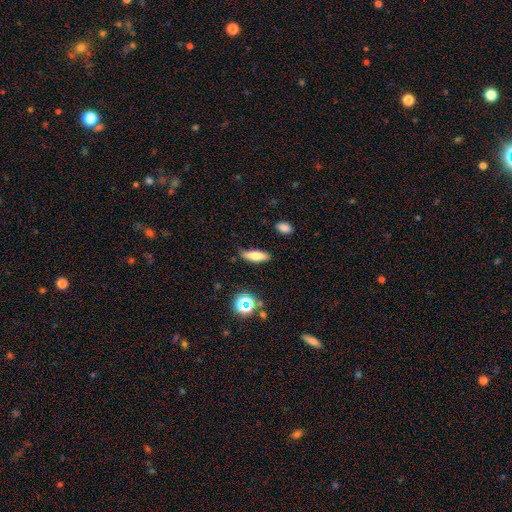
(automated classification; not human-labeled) Smooth or featured?
  - smooth: 69% *
  - featured or disk: 21%
  - star or artifact: 10%
How rounded?
  - in between: 54% *
  - cigar-shaped: 43%
  - round: 4%
Merging?
  - none: 83% *
  - minor disturbance: 12%
  - major disturbance: 3%
  - merger: 2%